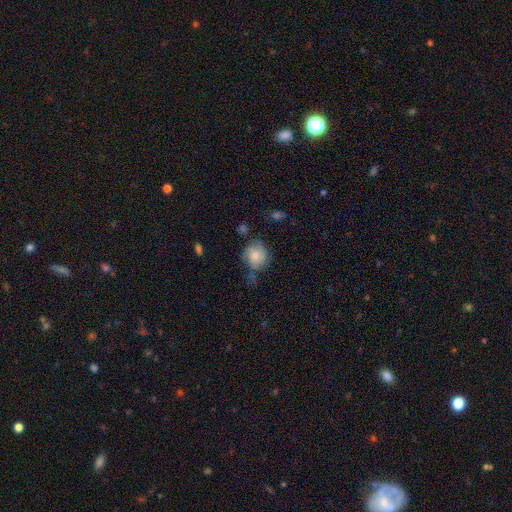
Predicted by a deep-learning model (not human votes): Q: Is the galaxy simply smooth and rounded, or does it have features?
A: smooth — 60%.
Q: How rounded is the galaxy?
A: round — 75%.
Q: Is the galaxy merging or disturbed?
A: none — 48%.